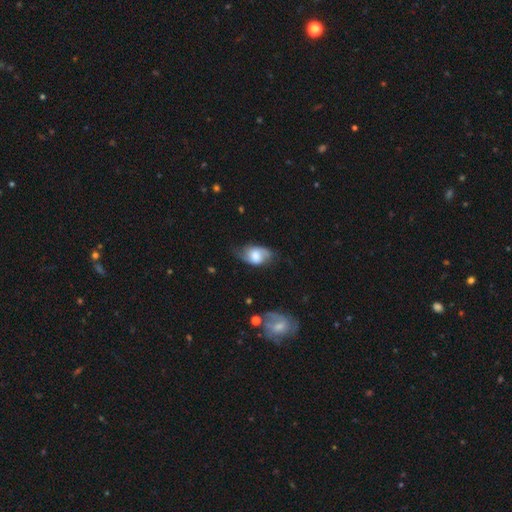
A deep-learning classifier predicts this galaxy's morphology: Q: Smooth or featured?
A: featured or disk (47%); runner-up: smooth (45%)
Q: Merging?
A: none (53%); runner-up: minor disturbance (32%)